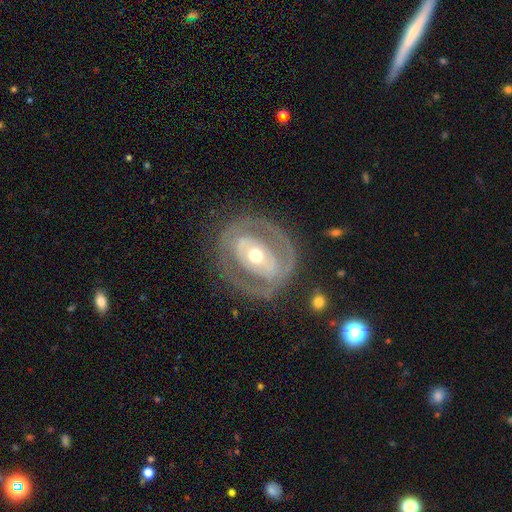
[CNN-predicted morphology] The model was most divided on "spiral arms": no: 56%, yes: 44%. More confident: edge-on disk — no (95%); smooth or featured — featured or disk (74%); merging — none (70%); bulge size — moderate (67%); bar — no (55%).